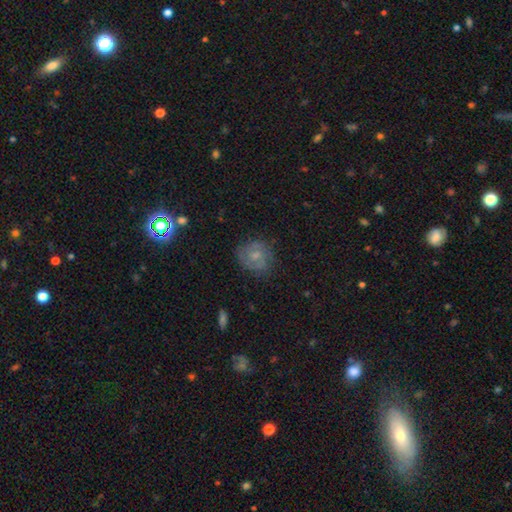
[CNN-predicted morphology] Overall: featured or disk (61%; smooth 30%). Edge-on disk: no (98%). Bar: no (55%; weak 39%). Spiral arms: yes (87%). Spiral arm count: 2 (67%). Spiral winding: tight (51%; medium 38%). Bulge size: small (43%; moderate 38%). Merging: none (76%).